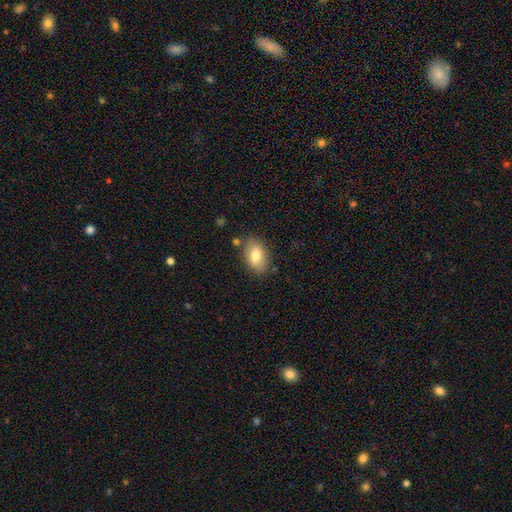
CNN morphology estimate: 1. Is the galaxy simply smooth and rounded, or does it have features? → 77% smooth, 15% featured or disk, 7% star or artifact.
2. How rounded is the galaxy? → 90% in between, 9% round, 2% cigar-shaped.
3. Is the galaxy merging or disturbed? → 79% none, 14% minor disturbance, 4% merger, 3% major disturbance.